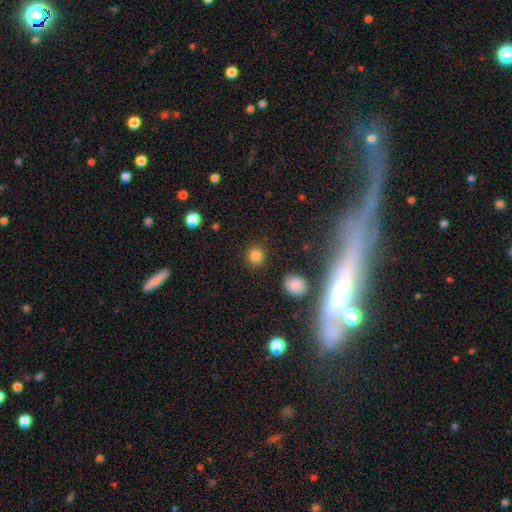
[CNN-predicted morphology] Smooth or featured: smooth — 83% (star or artifact — 13%)
How rounded: round — 89% (in between — 10%)
Merging: none — 89% (minor disturbance — 6%)